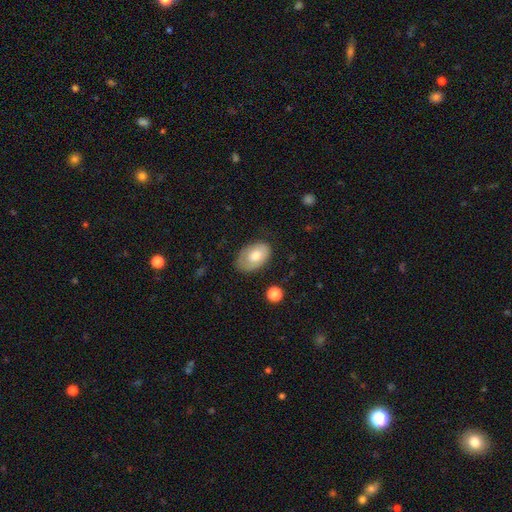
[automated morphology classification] Smooth or featured? Predicted: smooth (p=0.69). How rounded? Predicted: in between (p=0.89). Merging? Predicted: none (p=0.72).